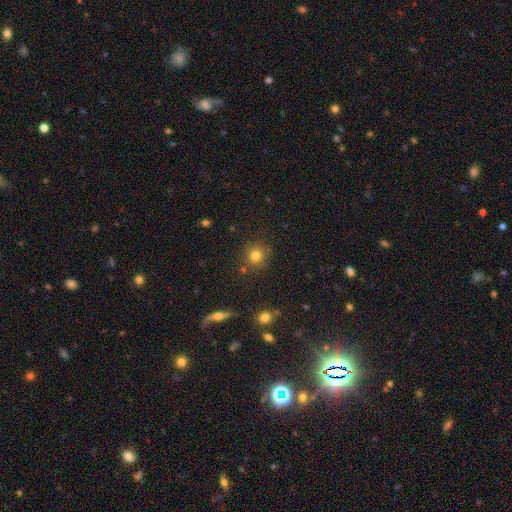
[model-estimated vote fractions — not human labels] Smooth or featured: smooth — 78% (star or artifact — 14%)
How rounded: round — 91% (in between — 8%)
Merging: none — 84% (minor disturbance — 9%)